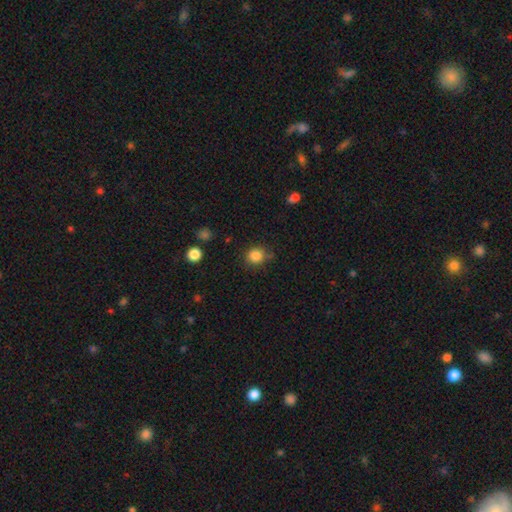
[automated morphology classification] Smooth or featured? Predicted: smooth (p=0.85). How rounded? Predicted: round (p=0.86). Merging? Predicted: none (p=0.77).